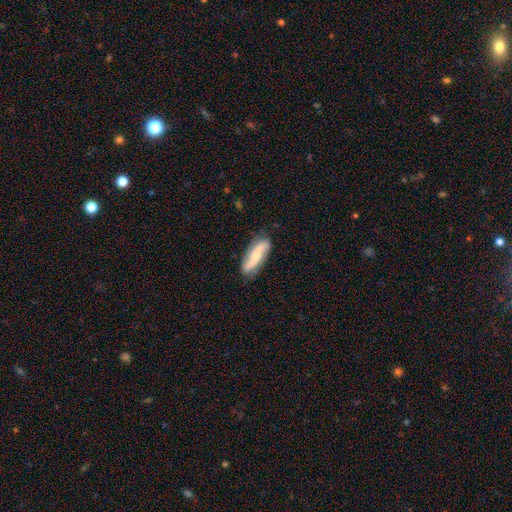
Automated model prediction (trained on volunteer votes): This appears to be a featured or disk galaxy (68%) with no bar (45%), 2 (92%) loose (75%) spiral arms (92%) and a small central bulge (53%). Merging: none (82%).